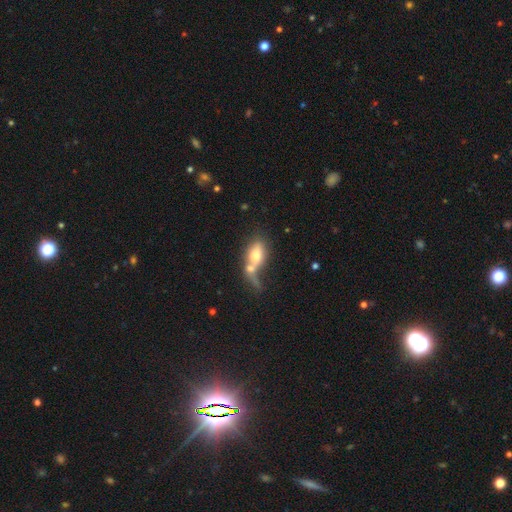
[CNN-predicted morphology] type=smooth (65%); roundness=in between (80%); merging=merger (55%).